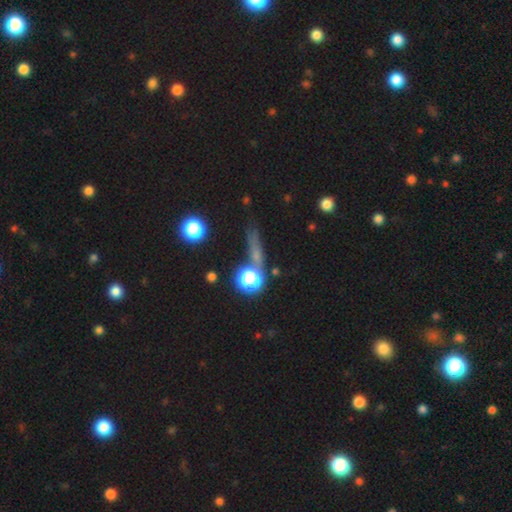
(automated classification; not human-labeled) A smooth galaxy with no disk features (48%). Merging: none (68%).